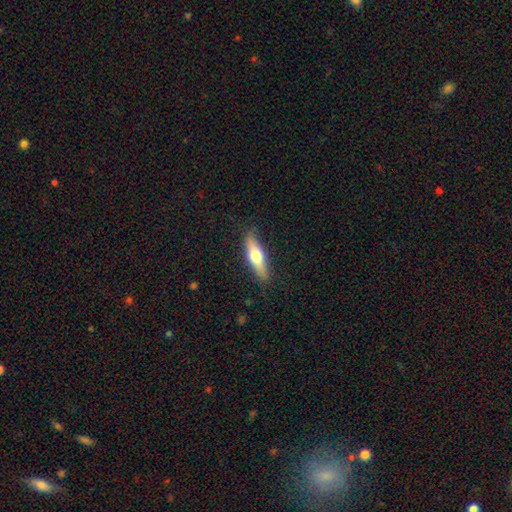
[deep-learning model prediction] Smooth or featured?
  - smooth: 57% *
  - featured or disk: 37%
  - star or artifact: 6%
How rounded?
  - cigar-shaped: 62% *
  - in between: 36%
  - round: 2%
Merging?
  - none: 86% *
  - minor disturbance: 11%
  - major disturbance: 2%
  - merger: 1%